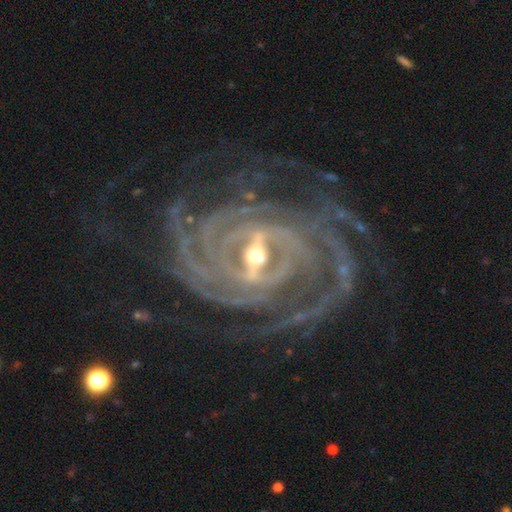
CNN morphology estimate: Overall: featured or disk (93%). Edge-on disk: no (97%). Bar: strong (63%; weak 29%). Spiral arms: yes (98%). Spiral arm count: more than 4 (26%; 4 25%). Spiral winding: tight (74%). Bulge size: moderate (52%; small 43%). Merging: none (73%).